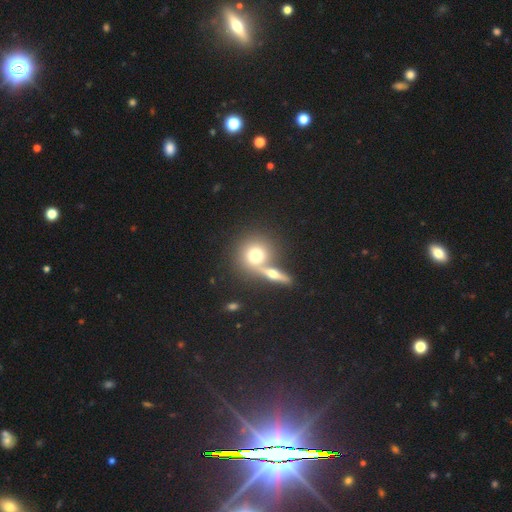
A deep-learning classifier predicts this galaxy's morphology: smooth-or-featured: smooth: 67% | featured or disk: 24% | star or artifact: 9%
  how-rounded: round: 84% | in between: 13% | cigar-shaped: 3%
  merging: none: 49% | merger: 39% | minor disturbance: 8% | major disturbance: 4%